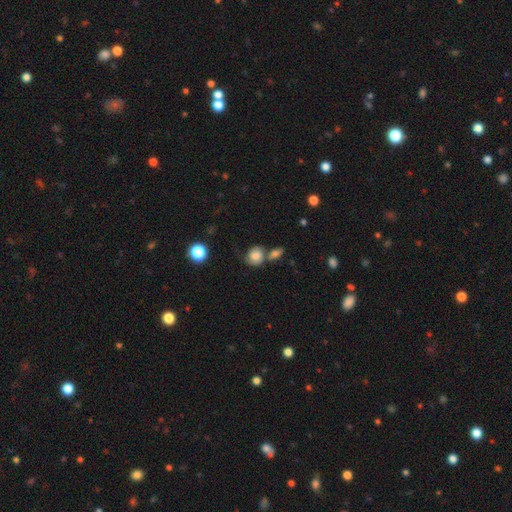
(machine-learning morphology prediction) The model was most divided on "merging": none: 47%, merger: 29%, minor disturbance: 17%, major disturbance: 7%. More confident: smooth or featured — smooth (72%); how rounded — round (66%).